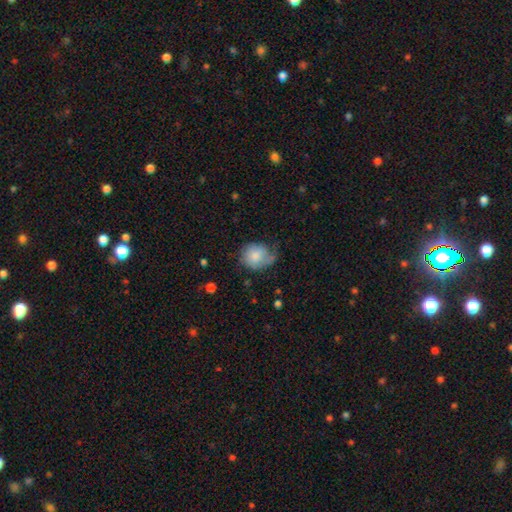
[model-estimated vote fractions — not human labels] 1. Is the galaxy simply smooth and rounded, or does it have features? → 69% smooth, 24% featured or disk, 7% star or artifact.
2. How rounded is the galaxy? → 70% round, 29% in between, 1% cigar-shaped.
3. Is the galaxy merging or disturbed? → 42% none, 35% minor disturbance, 21% major disturbance, 3% merger.